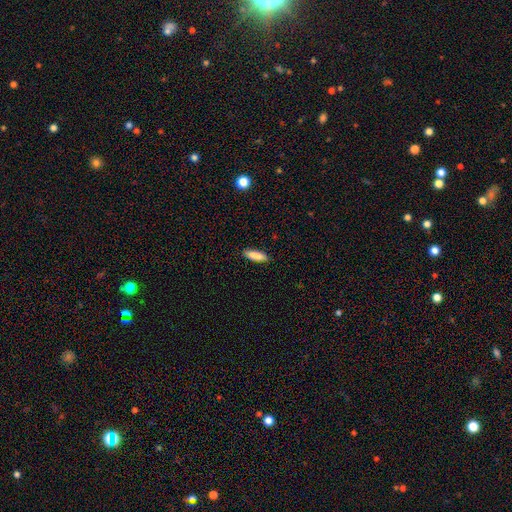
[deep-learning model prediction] Smooth or featured?
  - smooth: 87% *
  - featured or disk: 6%
  - star or artifact: 6%
How rounded?
  - in between: 51% *
  - cigar-shaped: 47%
  - round: 2%
Merging?
  - none: 87% *
  - minor disturbance: 10%
  - major disturbance: 2%
  - merger: 1%